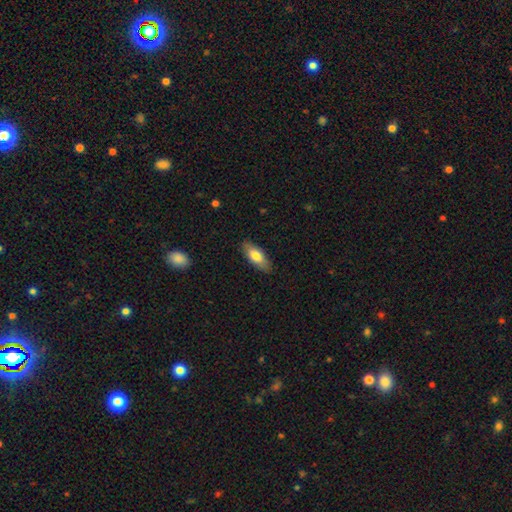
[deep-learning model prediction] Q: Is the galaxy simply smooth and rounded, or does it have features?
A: smooth — 75%.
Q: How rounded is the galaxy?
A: in between — 79%.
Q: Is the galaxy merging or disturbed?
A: none — 86%.